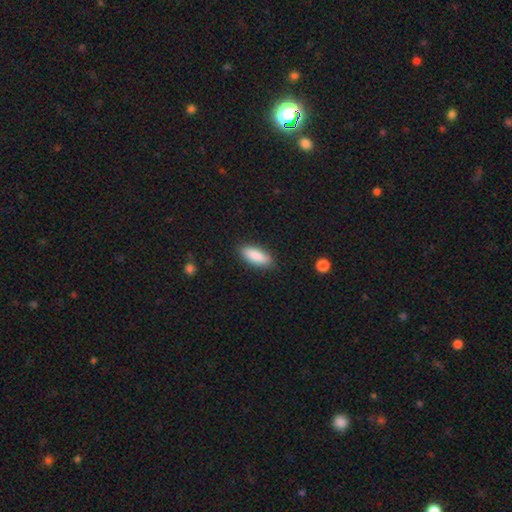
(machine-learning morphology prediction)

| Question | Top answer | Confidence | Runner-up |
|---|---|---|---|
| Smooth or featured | smooth | 88% | featured or disk (7%) |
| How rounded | in between | 72% | cigar-shaped (26%) |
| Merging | none | 85% | minor disturbance (11%) |